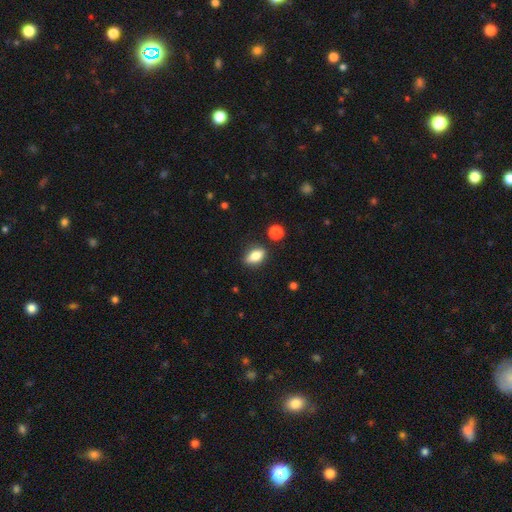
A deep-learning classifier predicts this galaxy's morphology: A smooth galaxy with no disk features (75%) that is in between round and cigar-shaped (80%).

Vote fractions:
- Smooth or featured? smooth: 75% / featured or disk: 17% / star or artifact: 8%
- How rounded? in between: 80% / round: 11% / cigar-shaped: 9%
- Merging? none: 81% / minor disturbance: 12% / merger: 3% / major disturbance: 3%